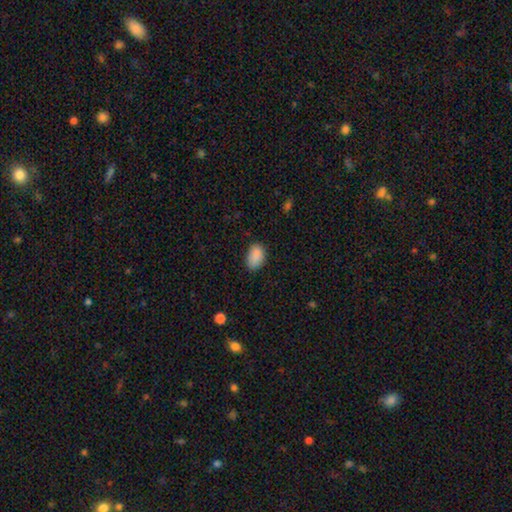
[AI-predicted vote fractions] smooth-or-featured: smooth: 89% | star or artifact: 8% | featured or disk: 3%
  how-rounded: in between: 90% | round: 9% | cigar-shaped: 1%
  merging: none: 81% | minor disturbance: 15% | major disturbance: 3% | merger: 1%